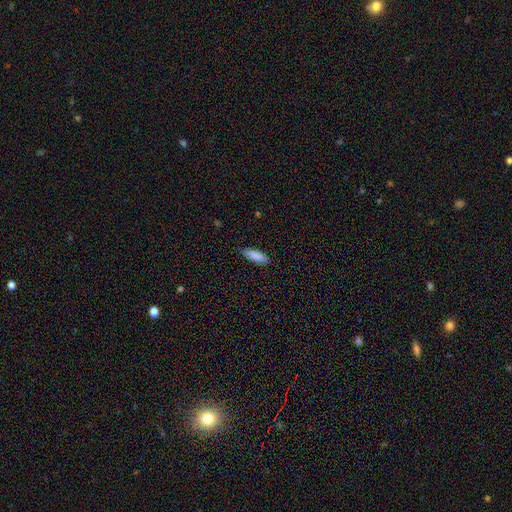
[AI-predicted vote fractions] Morphology: type=smooth (88%); roundness=cigar-shaped (50%); merging=none (85%).